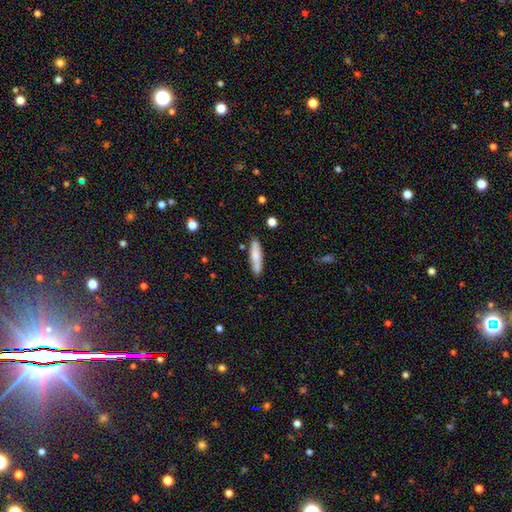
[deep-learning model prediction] Smooth or featured? smooth (72%)
How rounded? cigar-shaped (79%)
Merging? none (81%)